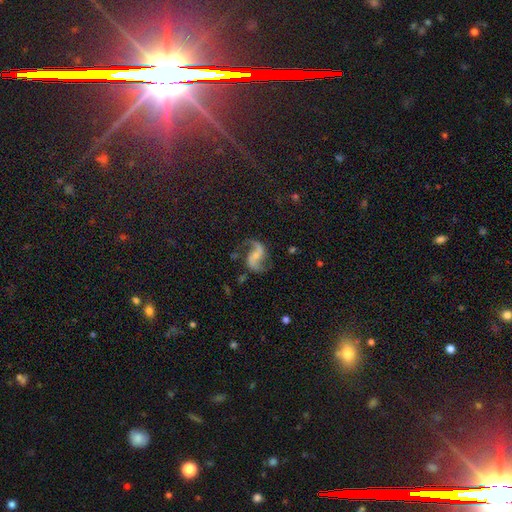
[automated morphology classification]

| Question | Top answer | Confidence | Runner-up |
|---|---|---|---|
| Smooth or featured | featured or disk | 89% | star or artifact (5%) |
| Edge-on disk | no | 98% | yes (2%) |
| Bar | no | 44% | weak (36%) |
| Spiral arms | yes | 97% | no (3%) |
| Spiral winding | loose | 69% | medium (26%) |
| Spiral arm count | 2 | 93% | 1 (2%) |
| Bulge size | small | 58% | moderate (22%) |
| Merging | none | 74% | minor disturbance (14%) |